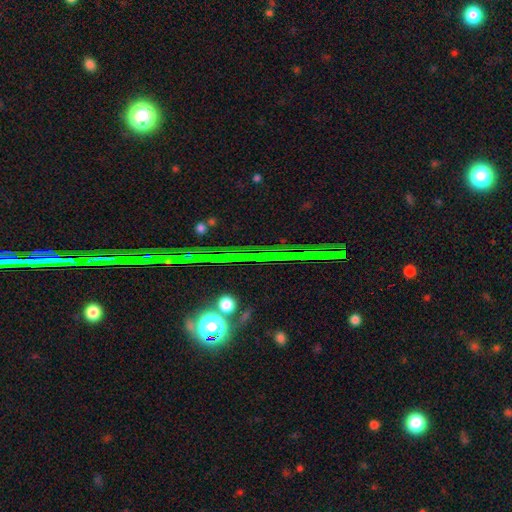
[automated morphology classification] This is likely a star or artifact rather than a galaxy (64%).